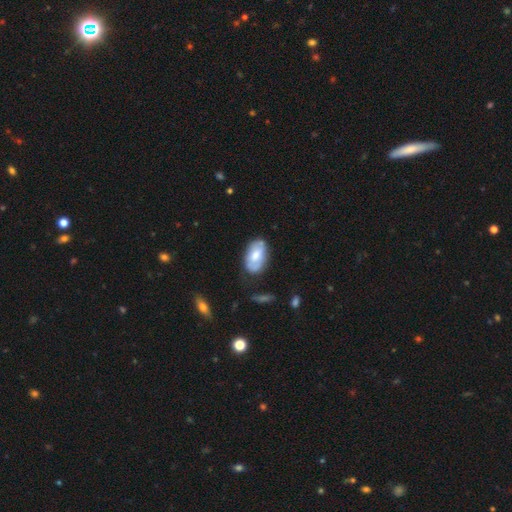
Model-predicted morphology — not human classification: The model was most divided on "smooth or featured": smooth: 57%, featured or disk: 37%, star or artifact: 6%. More confident: how rounded — in between (93%); merging — none (64%).